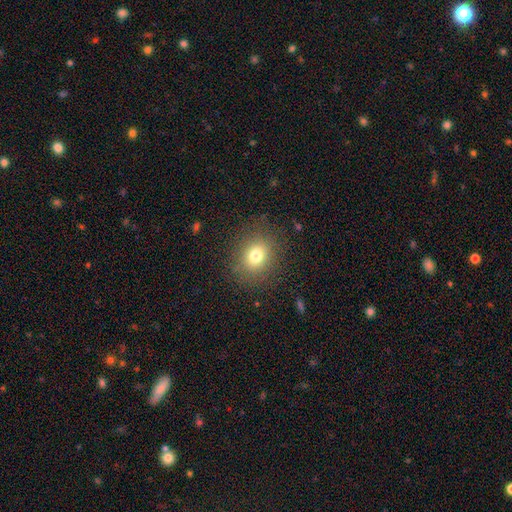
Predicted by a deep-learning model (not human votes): Morphology: type=smooth (77%); roundness=round (63%); merging=none (85%).